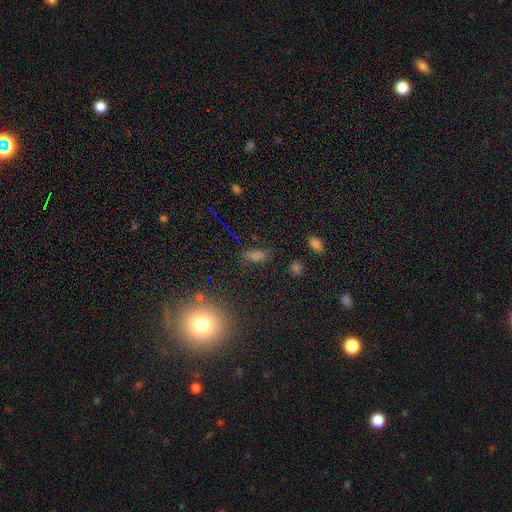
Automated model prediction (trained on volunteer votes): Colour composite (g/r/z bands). It shows a smooth galaxy with no disk features (64%) that is in between round and cigar-shaped (69%). Merging: none (78%).